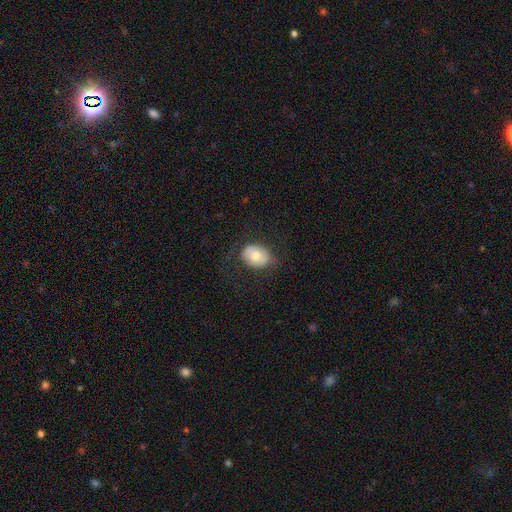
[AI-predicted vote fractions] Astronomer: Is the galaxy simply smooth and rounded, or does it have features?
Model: smooth — 66%.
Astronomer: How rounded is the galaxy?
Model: in between — 59% (runner-up: round, 41%).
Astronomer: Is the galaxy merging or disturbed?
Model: none — 77%.